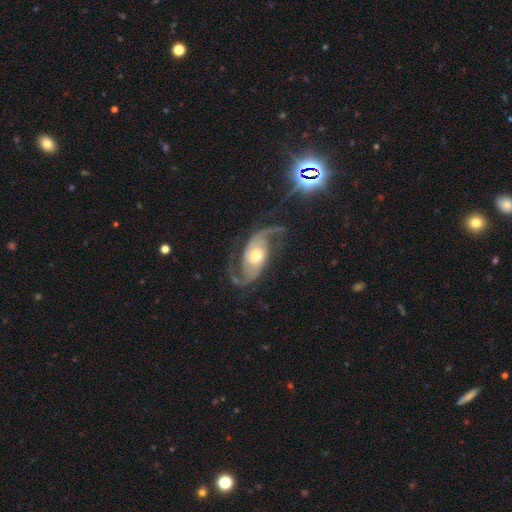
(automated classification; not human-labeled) Overall: featured or disk (88%). Edge-on disk: no (96%). Bar: no (65%). Spiral arms: yes (97%). Spiral arm count: 2 (93%). Spiral winding: loose (53%; medium 36%). Bulge size: moderate (66%). Merging: none (70%).